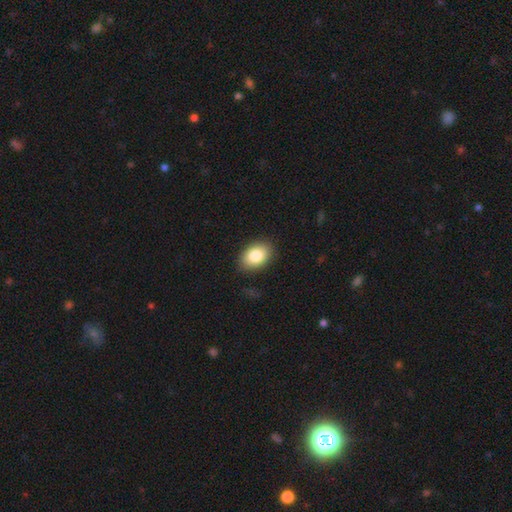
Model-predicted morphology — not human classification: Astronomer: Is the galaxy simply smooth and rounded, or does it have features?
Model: smooth — 84%.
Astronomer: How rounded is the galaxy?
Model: in between — 85%.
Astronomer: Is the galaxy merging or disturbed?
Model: none — 86%.